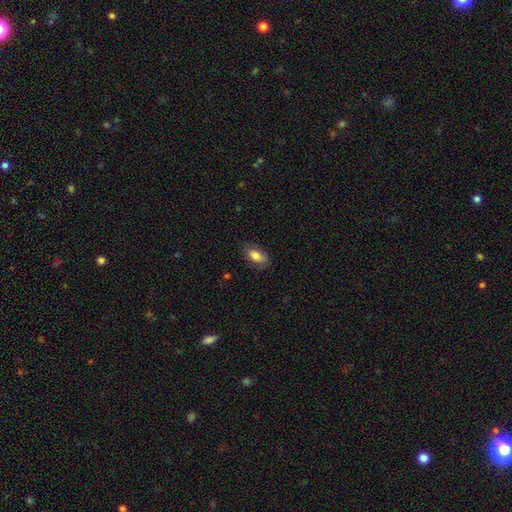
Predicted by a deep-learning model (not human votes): This is clearly a smooth galaxy (82%). How rounded: clearly in between (89%). Merging: clearly none (80%).